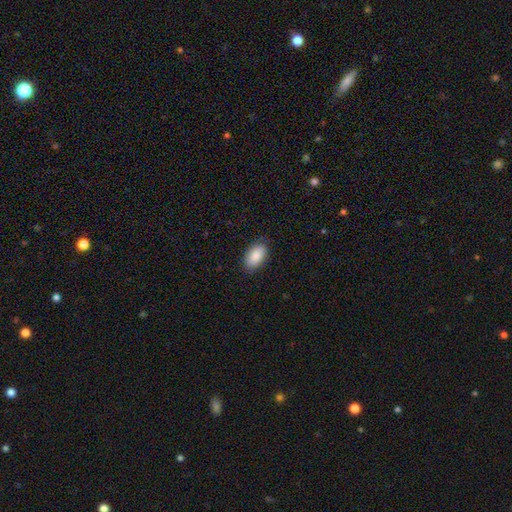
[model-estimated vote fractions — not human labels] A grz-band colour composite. It shows a smooth galaxy with no disk features (88%) that is in between round and cigar-shaped (94%). Merging: none (85%).